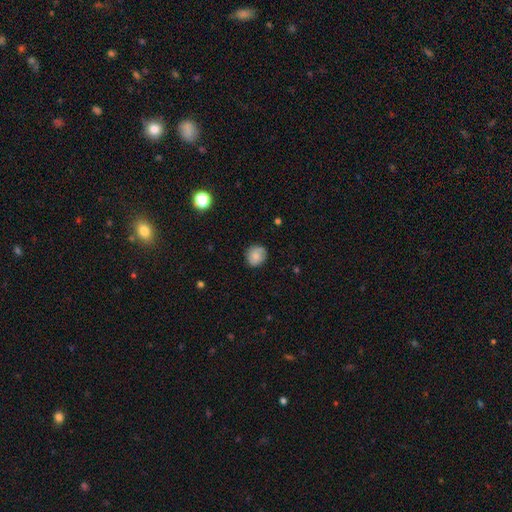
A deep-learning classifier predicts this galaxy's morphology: Smooth or featured? Predicted: smooth (p=0.76). How rounded? Predicted: round (p=0.83). Merging? Predicted: none (p=0.80).